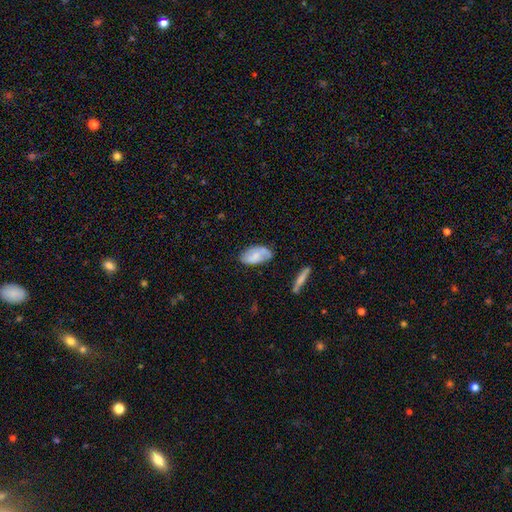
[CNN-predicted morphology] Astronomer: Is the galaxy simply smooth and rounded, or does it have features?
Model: smooth — 64%.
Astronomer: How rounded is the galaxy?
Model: in between — 93%.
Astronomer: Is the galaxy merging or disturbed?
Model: none — 67%.